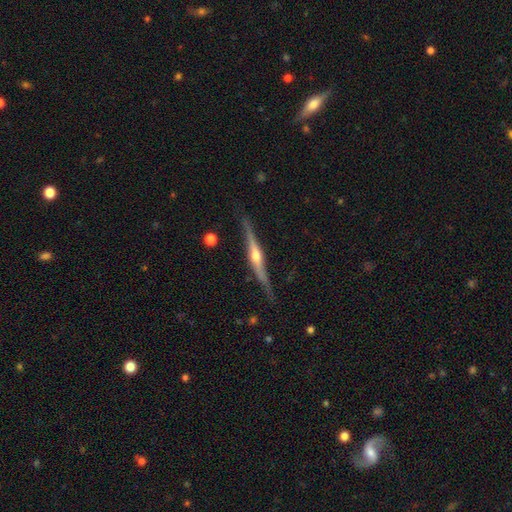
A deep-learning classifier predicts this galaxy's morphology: smooth-or-featured: featured or disk: 80% | smooth: 15% | star or artifact: 5%
  disk-edge-on: yes: 97% | no: 3%
    edge-on-bulge: rounded: 89% | none: 6% | boxy: 5%
  merging: none: 80% | minor disturbance: 15% | major disturbance: 3% | merger: 2%